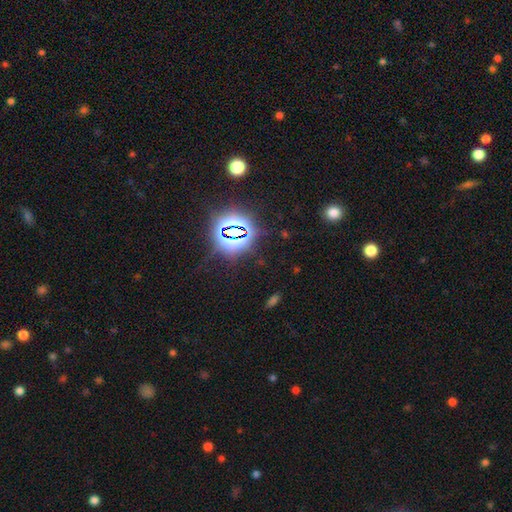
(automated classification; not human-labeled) Smooth or featured?
  - star or artifact: 81% *
  - smooth: 11%
  - featured or disk: 7%